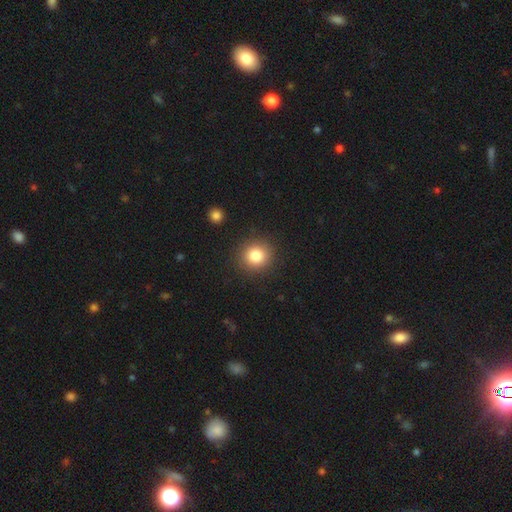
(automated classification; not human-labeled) smooth-or-featured: smooth: 82% | star or artifact: 11% | featured or disk: 7%
  how-rounded: round: 89% | in between: 10% | cigar-shaped: 1%
  merging: none: 89% | minor disturbance: 7% | major disturbance: 3% | merger: 2%